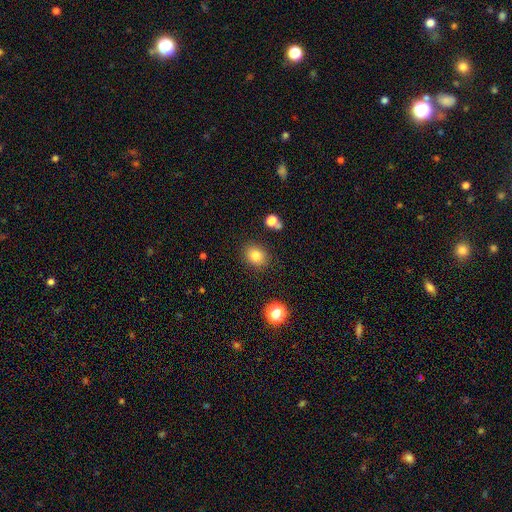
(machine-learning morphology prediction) A smooth galaxy with no disk features (82%) that is round (59%).

Vote fractions:
- Smooth or featured? smooth: 82% / star or artifact: 11% / featured or disk: 7%
- How rounded? round: 59% / in between: 41% / cigar-shaped: 1%
- Merging? none: 84% / minor disturbance: 10% / major disturbance: 3% / merger: 3%